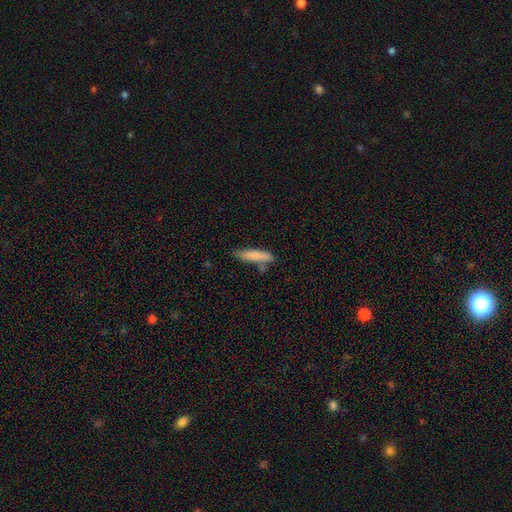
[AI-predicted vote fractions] Smooth or featured? Predicted: smooth (p=0.82). How rounded? Predicted: cigar-shaped (p=0.83). Merging? Predicted: none (p=0.70).